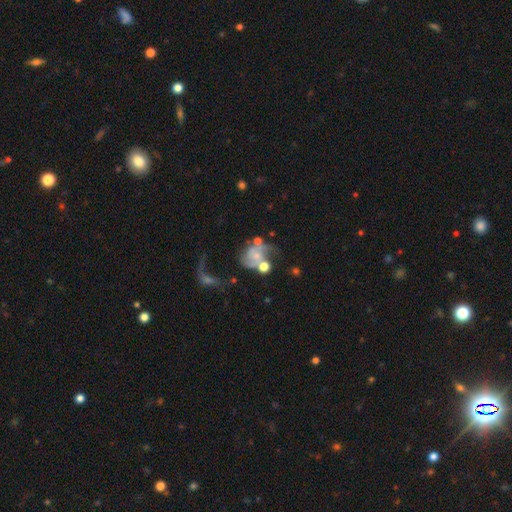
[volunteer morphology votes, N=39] smooth_or_featured: featured or disk (p=0.87) [alt: smooth p=0.13]
disk_edge_on: no (p=0.97) [alt: yes p=0.03]
bar: no (p=0.61) [alt: weak p=0.36]
has_spiral_arms: yes (p=1.00)
spiral_winding: medium (p=0.76) [alt: loose p=0.21]
spiral_arm_count: 2 (p=0.97) [alt: can't tell p=0.03]
bulge_size: small (p=0.76) [alt: moderate p=0.15]
merging: none (p=0.49) [alt: minor disturbance p=0.21]